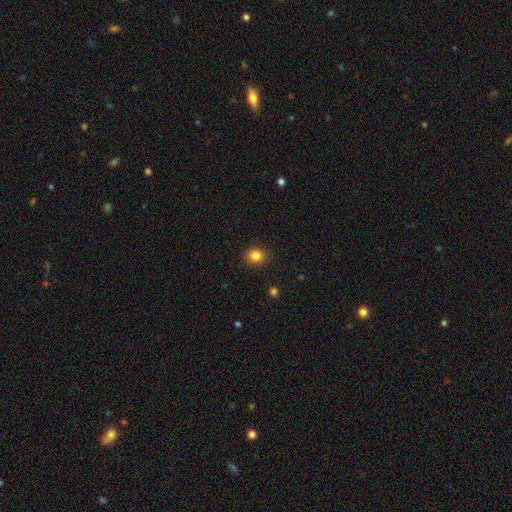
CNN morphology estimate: Smooth or featured? Predicted: smooth (p=0.84). How rounded? Predicted: round (p=0.70). Merging? Predicted: none (p=0.89).